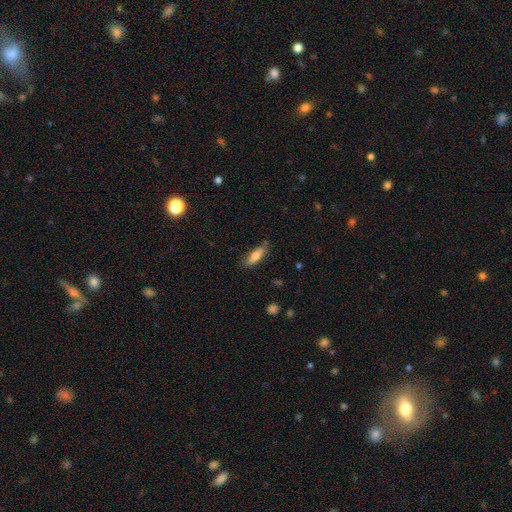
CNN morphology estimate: A smooth galaxy with no disk features (75%) that is in between round and cigar-shaped (50%).

Vote fractions:
- Smooth or featured? smooth: 75% / featured or disk: 18% / star or artifact: 7%
- How rounded? in between: 50% / cigar-shaped: 48% / round: 2%
- Merging? none: 77% / minor disturbance: 17% / major disturbance: 3% / merger: 2%